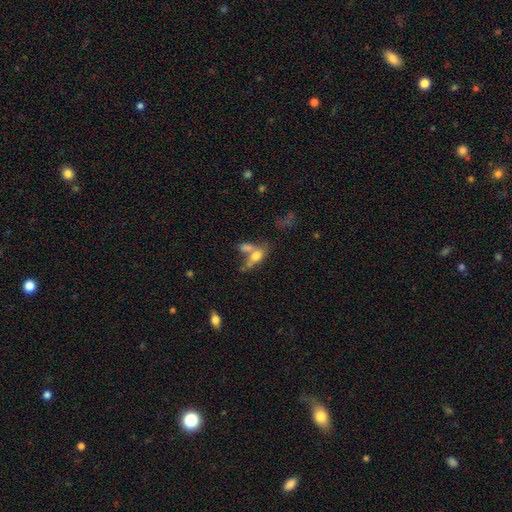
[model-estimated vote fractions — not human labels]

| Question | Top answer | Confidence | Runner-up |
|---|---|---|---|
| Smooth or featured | smooth | 66% | featured or disk (23%) |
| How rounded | in between | 77% | cigar-shaped (13%) |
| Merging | merger | 48% | none (29%) |